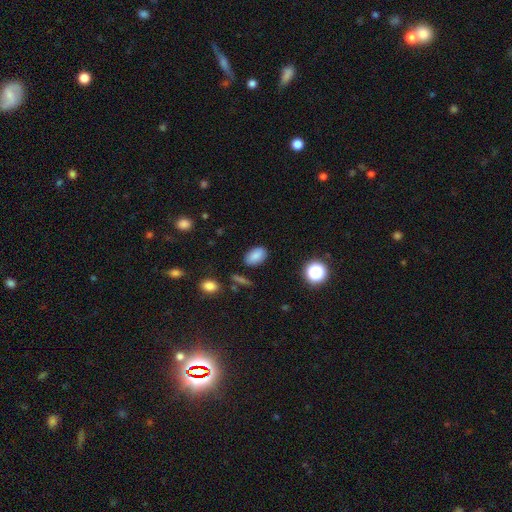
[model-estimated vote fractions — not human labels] smooth-or-featured: smooth: 84% | star or artifact: 11% | featured or disk: 6%
  how-rounded: in between: 89% | round: 9% | cigar-shaped: 2%
  merging: none: 84% | minor disturbance: 11% | major disturbance: 3% | merger: 2%